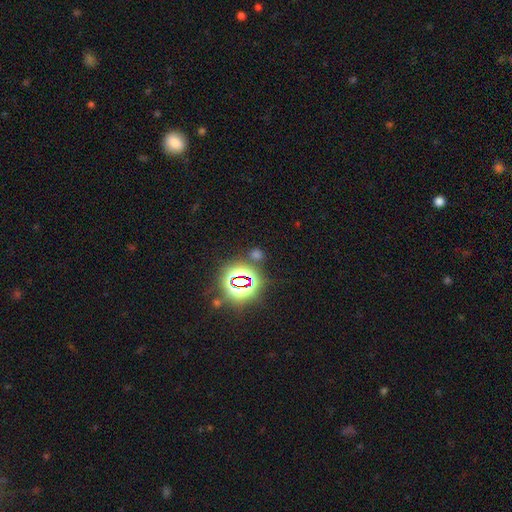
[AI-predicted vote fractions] Morphology: type=star or artifact (66%).